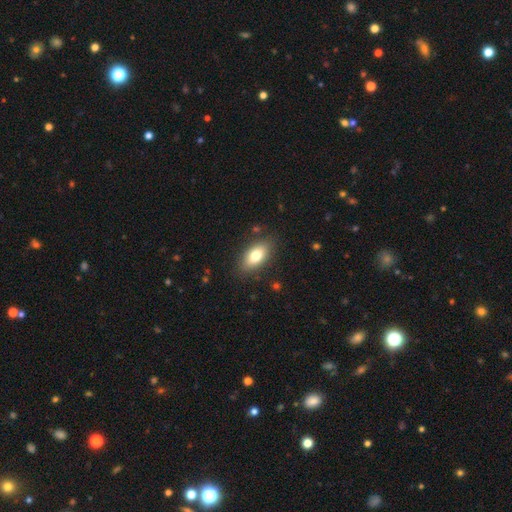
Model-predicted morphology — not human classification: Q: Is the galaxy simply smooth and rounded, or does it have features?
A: smooth — 78%.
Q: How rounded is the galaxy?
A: in between — 89%.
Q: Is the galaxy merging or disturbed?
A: none — 84%.